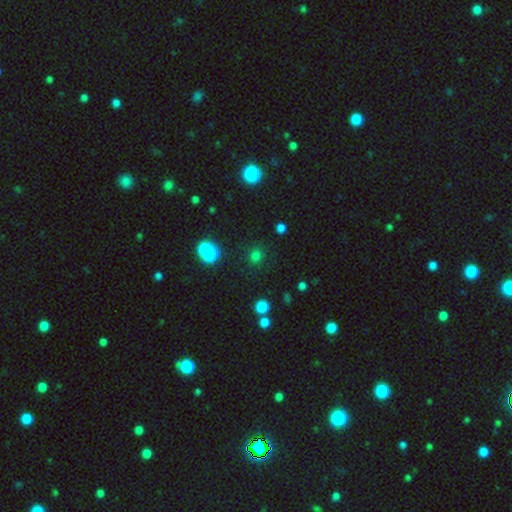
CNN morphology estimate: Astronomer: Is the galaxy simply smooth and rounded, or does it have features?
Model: smooth — 72%.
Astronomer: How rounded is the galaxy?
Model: round — 81%.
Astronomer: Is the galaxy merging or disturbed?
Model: none — 79%.